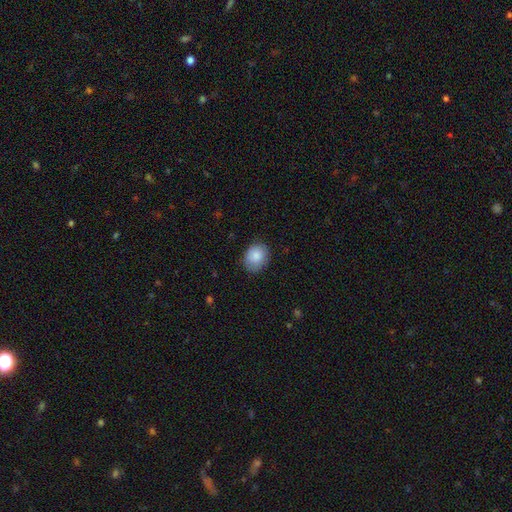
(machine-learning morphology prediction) The model was most divided on "how rounded": round: 50%, in between: 49%, cigar-shaped: 1%. More confident: smooth or featured — smooth (85%); merging — none (79%).